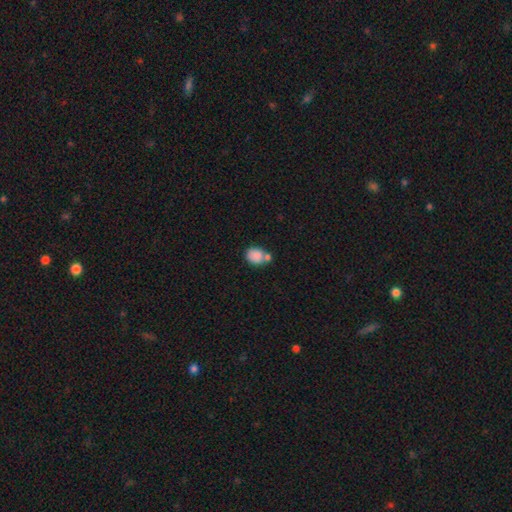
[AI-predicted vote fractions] smooth-or-featured: smooth: 84% | star or artifact: 9% | featured or disk: 7%
  how-rounded: round: 62% | in between: 37% | cigar-shaped: 1%
  merging: none: 48% | merger: 35% | minor disturbance: 13% | major disturbance: 4%